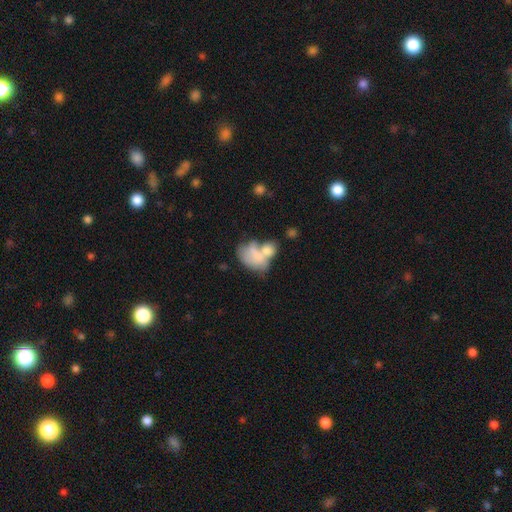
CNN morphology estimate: smooth 66%, featured or disk 26%, star or artifact 8%. Down the decision tree: how rounded — in between (83%); merging — merger (56%).